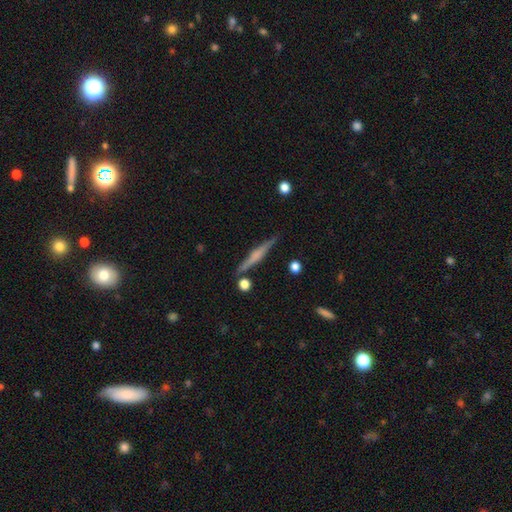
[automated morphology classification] This appears to be a featured or disk galaxy (66%) viewed edge-on (98%) with a rounded central bulge (61%). Merging: none (87%).